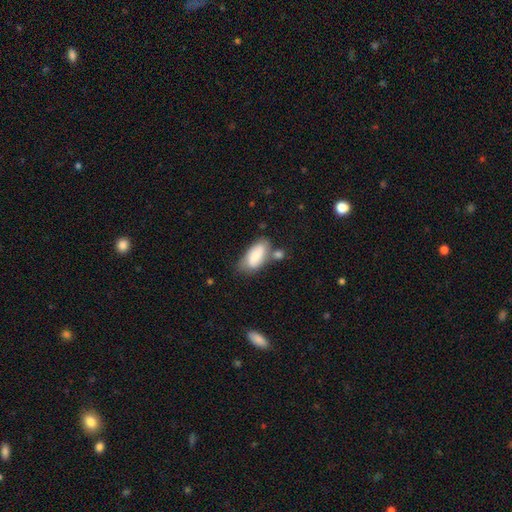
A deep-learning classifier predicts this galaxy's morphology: type=smooth (73%); roundness=in between (88%); merging=none (50%).